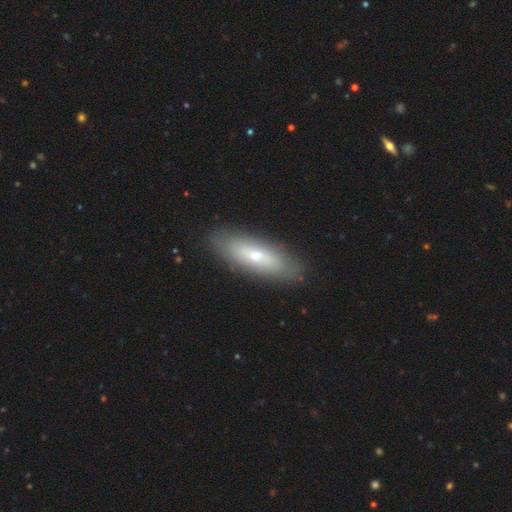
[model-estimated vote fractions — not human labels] A smooth galaxy with no disk features (52%) that is in between round and cigar-shaped (59%). Merging: none (86%).